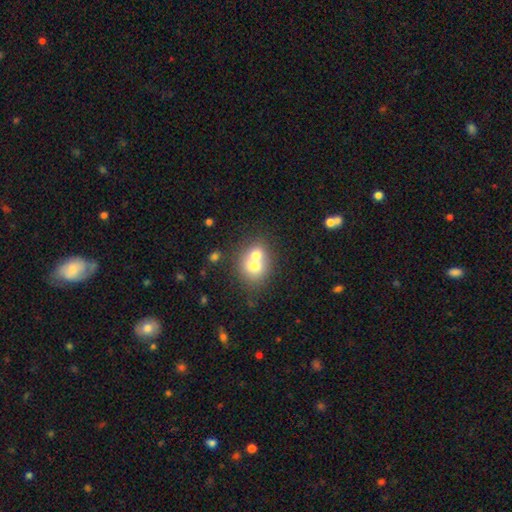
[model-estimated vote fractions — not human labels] A smooth galaxy with no disk features (67%) that is round (67%). Merging: merger (65%).